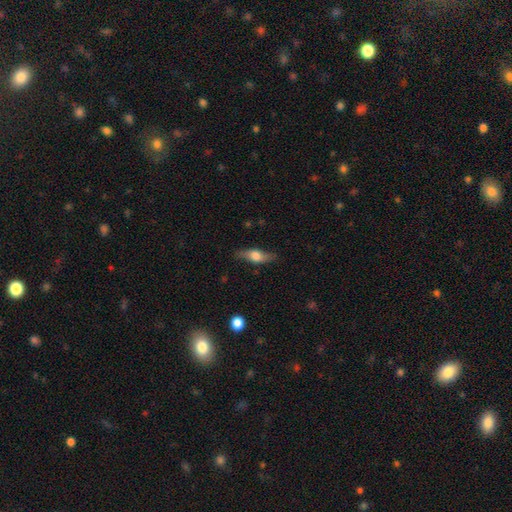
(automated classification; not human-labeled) smooth 55%, featured or disk 39%, star or artifact 7%. Down the decision tree: how rounded — in between (61%); merging — none (77%).